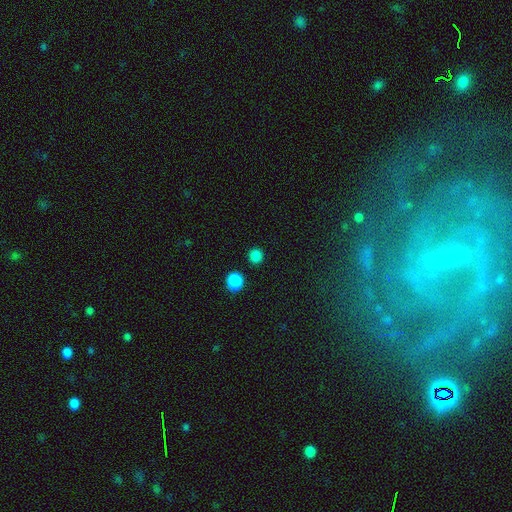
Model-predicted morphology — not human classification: Smooth or featured: smooth — 84% (star or artifact — 13%)
How rounded: round — 90% (in between — 9%)
Merging: none — 88% (minor disturbance — 6%)